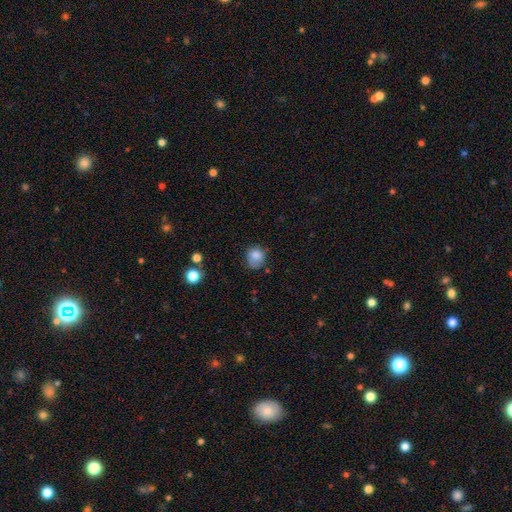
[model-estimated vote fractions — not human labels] smooth_or_featured: smooth (p=0.80) [alt: featured or disk p=0.10]
how_rounded: round (p=0.71) [alt: in between p=0.28]
merging: none (p=0.54) [alt: minor disturbance p=0.30]